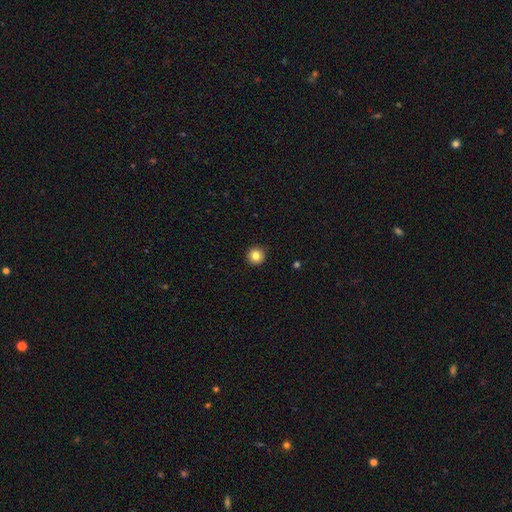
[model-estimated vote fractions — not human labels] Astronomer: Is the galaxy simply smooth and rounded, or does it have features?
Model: smooth — 83%.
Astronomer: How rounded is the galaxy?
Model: round — 95%.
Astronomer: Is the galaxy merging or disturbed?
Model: none — 92%.